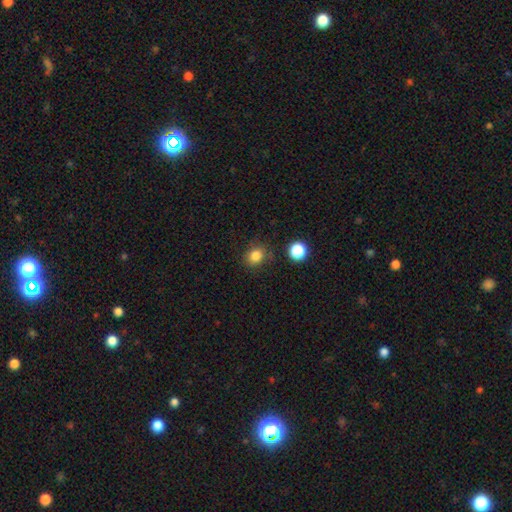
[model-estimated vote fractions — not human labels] This appears to be a smooth galaxy with no disk features (83%) that is round (73%). Merging: none (79%).